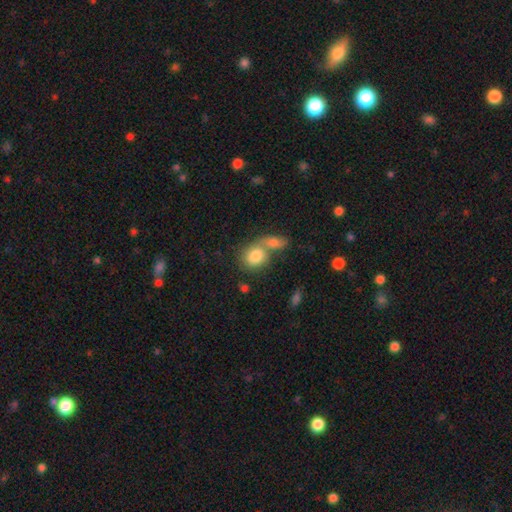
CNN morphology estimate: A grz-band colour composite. It shows a smooth galaxy with no disk features (82%) that is in between round and cigar-shaped (51%). Merging: merger (56%).